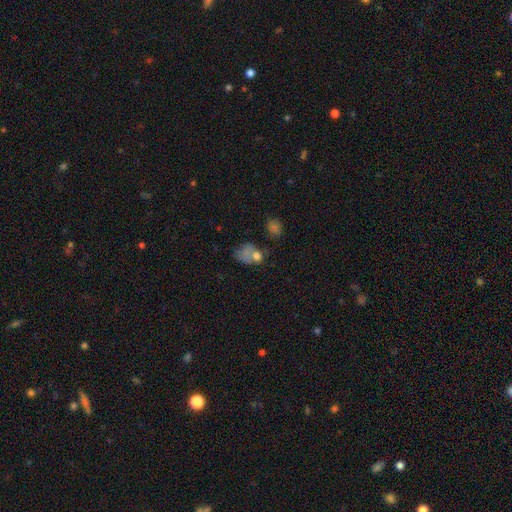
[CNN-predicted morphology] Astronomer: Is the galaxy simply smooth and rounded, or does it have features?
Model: smooth — 67%.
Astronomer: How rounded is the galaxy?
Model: in between — 57% (runner-up: round, 41%).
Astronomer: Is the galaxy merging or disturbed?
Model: none — 31% (runner-up: major disturbance, 25%).